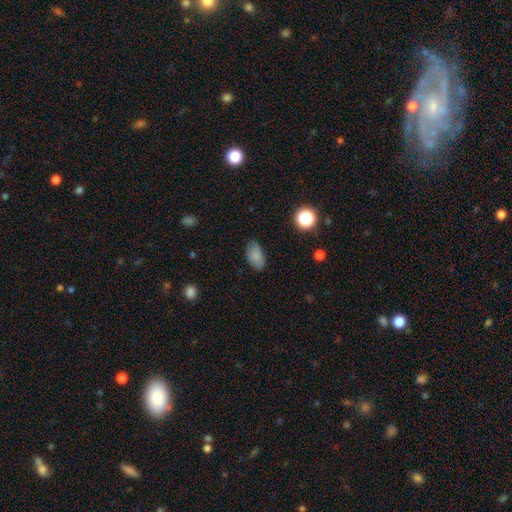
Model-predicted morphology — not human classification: smooth_or_featured: smooth (p=0.84) [alt: star or artifact p=0.10]
how_rounded: in between (p=0.91) [alt: round p=0.07]
merging: none (p=0.81) [alt: minor disturbance p=0.14]